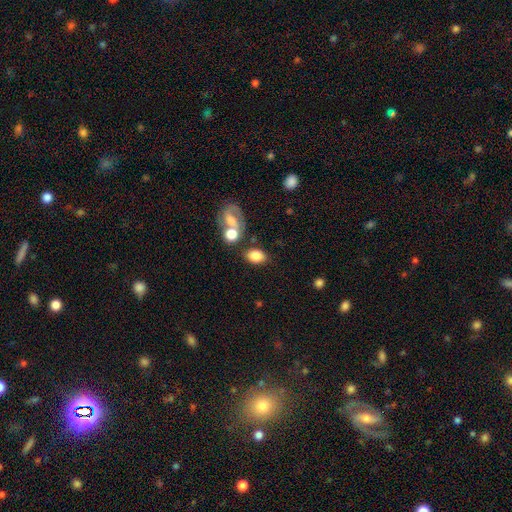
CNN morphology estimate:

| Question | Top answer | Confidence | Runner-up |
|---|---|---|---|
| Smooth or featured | smooth | 80% | featured or disk (11%) |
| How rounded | in between | 79% | round (20%) |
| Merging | none | 64% | merger (16%) |